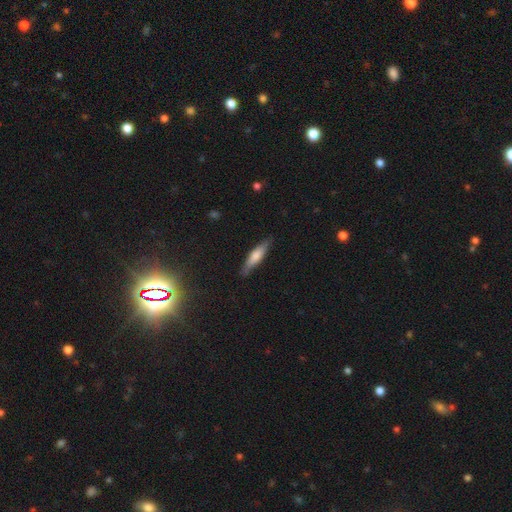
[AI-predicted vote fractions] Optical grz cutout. It shows a smooth galaxy with no disk features (60%) that is cigar-shaped (79%). Merging: none (84%).